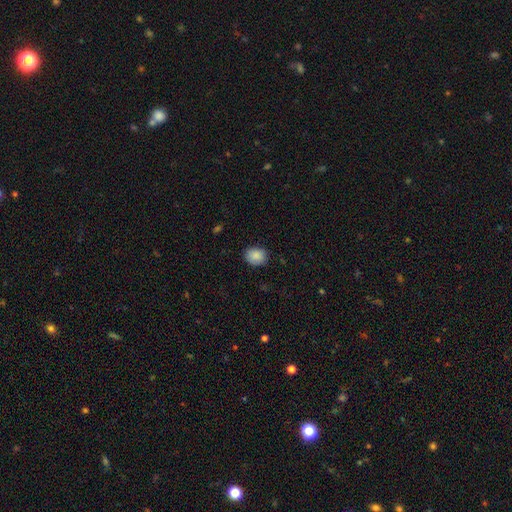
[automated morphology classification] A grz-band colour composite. It shows a smooth galaxy with no disk features (88%) that is in between round and cigar-shaped (51%). Merging: none (84%).